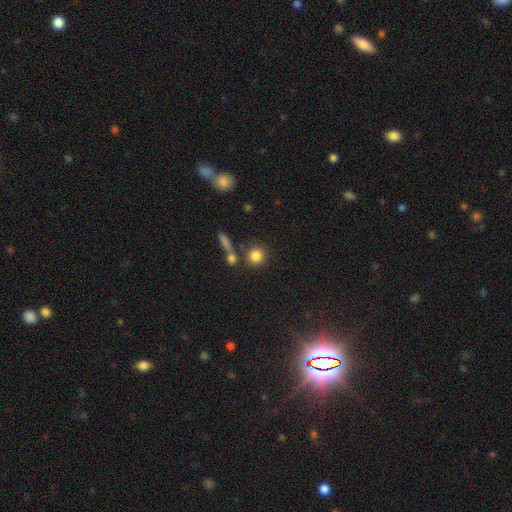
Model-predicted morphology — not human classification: smooth 83%, star or artifact 11%, featured or disk 7%. Down the decision tree: how rounded — round (85%); merging — none (71%).